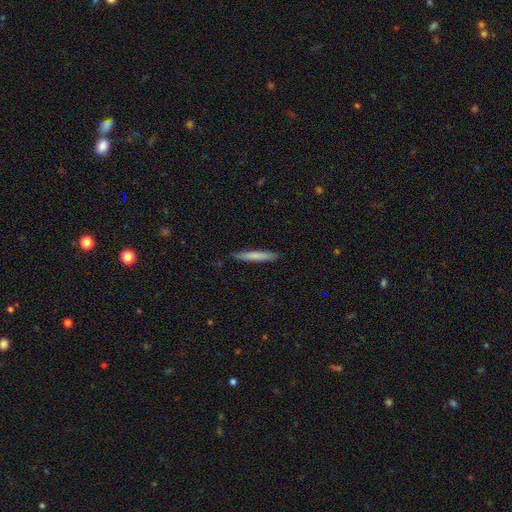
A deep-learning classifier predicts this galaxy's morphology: A smooth galaxy with no disk features (75%) that is cigar-shaped (95%). Merging: none (89%).